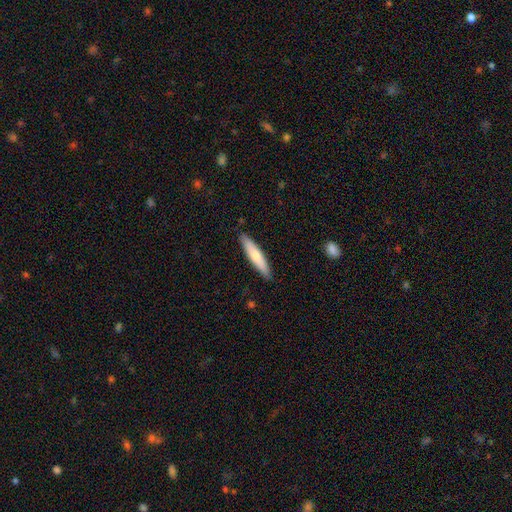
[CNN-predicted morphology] This is likely a smooth galaxy (65%). How rounded: clearly cigar-shaped (87%). Merging: clearly none (89%).